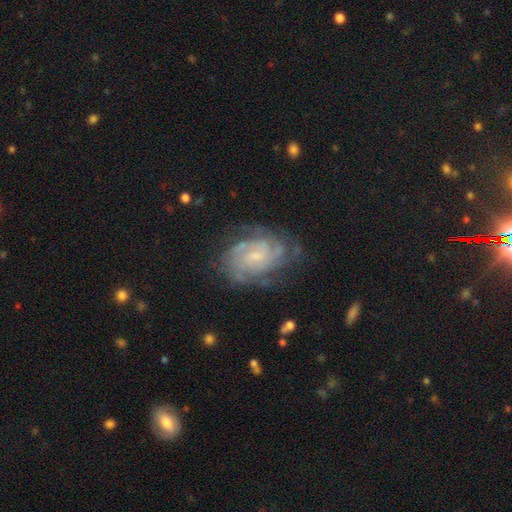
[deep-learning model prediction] smooth_or_featured: featured or disk (p=0.83) [alt: smooth p=0.10]
disk_edge_on: no (p=0.97) [alt: yes p=0.03]
bar: no (p=0.56) [alt: weak p=0.37]
has_spiral_arms: yes (p=0.95) [alt: no p=0.05]
spiral_winding: tight (p=0.66) [alt: medium p=0.28]
spiral_arm_count: can't tell (p=0.34) [alt: 2 p=0.21]
bulge_size: small (p=0.66) [alt: moderate p=0.21]
merging: none (p=0.70) [alt: minor disturbance p=0.19]